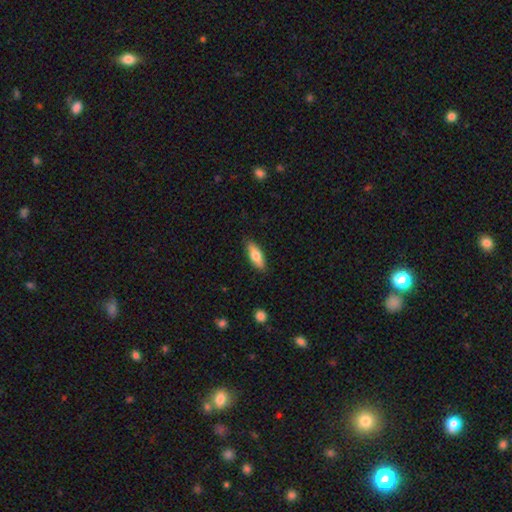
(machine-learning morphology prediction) Smooth or featured? smooth (73%)
How rounded? in between (63%)
Merging? none (87%)